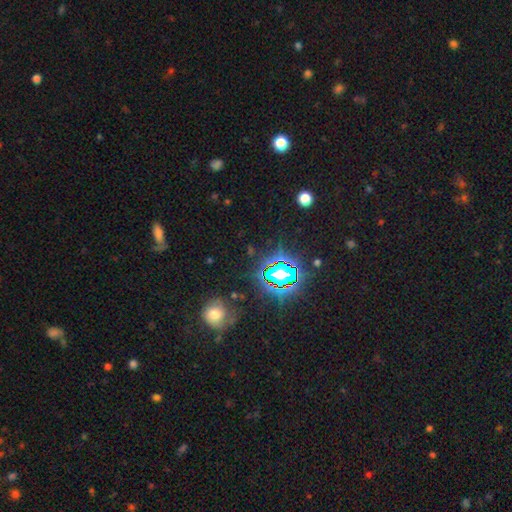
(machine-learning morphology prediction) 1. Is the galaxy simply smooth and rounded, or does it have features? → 78% star or artifact, 13% smooth, 9% featured or disk.